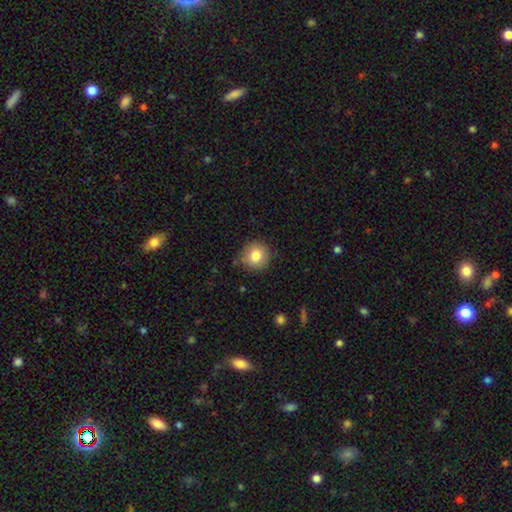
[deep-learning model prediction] This appears to be a smooth galaxy with no disk features (82%) that is round (92%). Merging: none (82%).